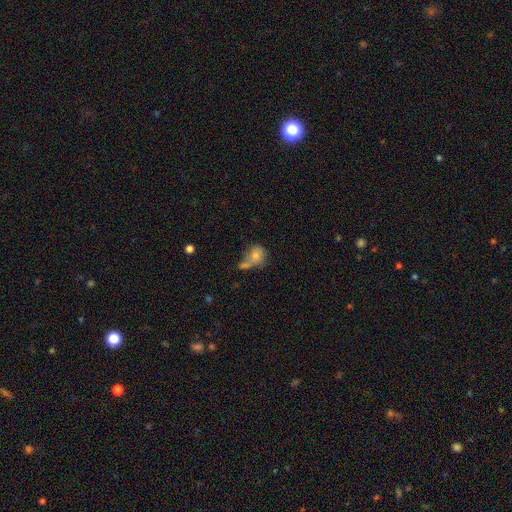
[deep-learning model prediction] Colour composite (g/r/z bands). It shows a smooth galaxy with no disk features (72%) that is round (66%). Merging: merger (42%).